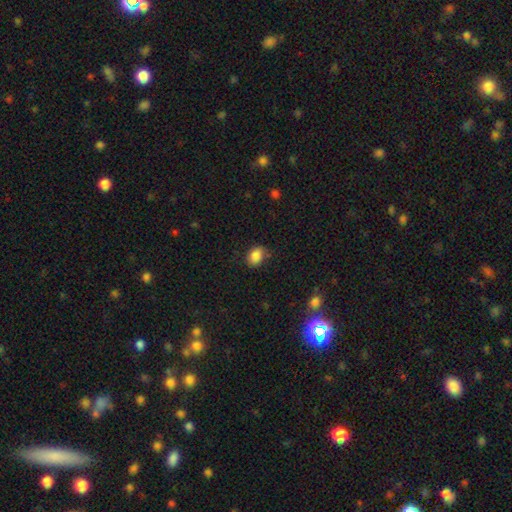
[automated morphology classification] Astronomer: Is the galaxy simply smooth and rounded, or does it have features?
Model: smooth — 85%.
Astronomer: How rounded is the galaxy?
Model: in between — 68%.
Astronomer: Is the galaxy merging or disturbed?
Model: none — 74%.